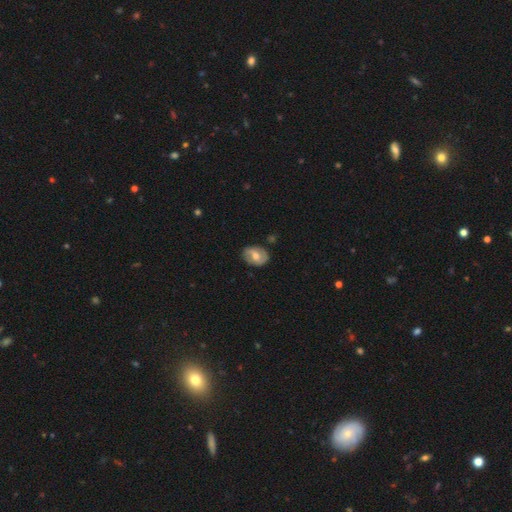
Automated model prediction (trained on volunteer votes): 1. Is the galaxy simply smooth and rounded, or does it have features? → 54% featured or disk, 39% smooth, 7% star or artifact.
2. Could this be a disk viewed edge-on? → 96% no, 4% yes.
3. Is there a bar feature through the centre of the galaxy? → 44% weak, 42% no, 14% strong.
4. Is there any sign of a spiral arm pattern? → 76% yes, 24% no.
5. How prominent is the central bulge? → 71% moderate, 19% small, 6% large, 2% none, 1% dominant.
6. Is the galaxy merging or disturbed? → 77% none, 18% minor disturbance, 4% major disturbance, 2% merger.